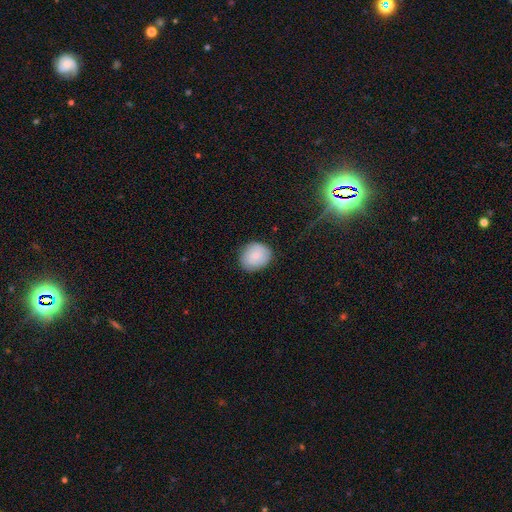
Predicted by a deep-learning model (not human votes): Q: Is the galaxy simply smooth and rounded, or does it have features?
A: smooth — 73%.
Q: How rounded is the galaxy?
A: round — 64%.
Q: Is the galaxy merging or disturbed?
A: none — 81%.